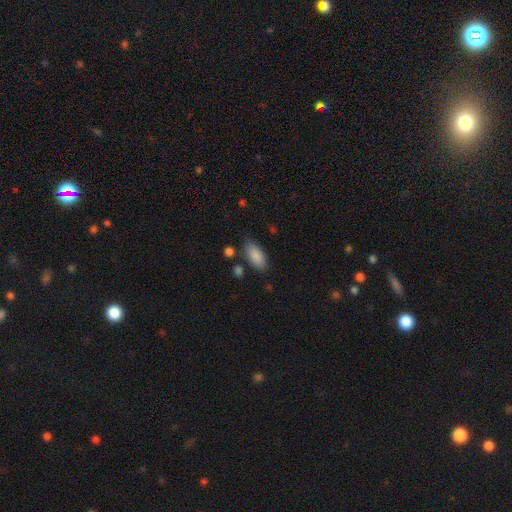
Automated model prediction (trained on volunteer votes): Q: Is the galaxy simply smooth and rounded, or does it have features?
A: smooth — 87%.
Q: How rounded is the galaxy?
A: in between — 89%.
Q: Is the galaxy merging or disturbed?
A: none — 80%.